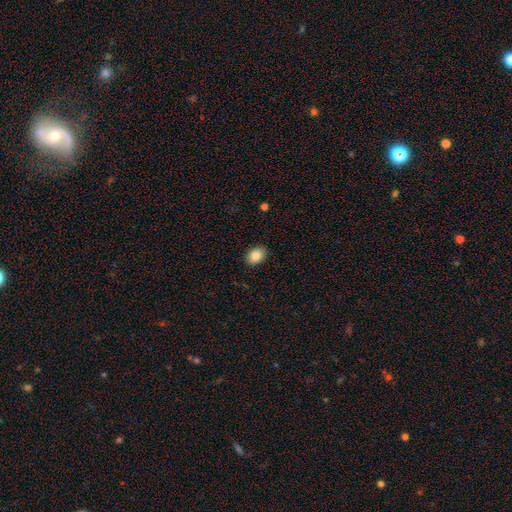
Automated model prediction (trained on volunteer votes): This is clearly a smooth galaxy (86%). How rounded: likely in between (72%). Merging: clearly none (89%).